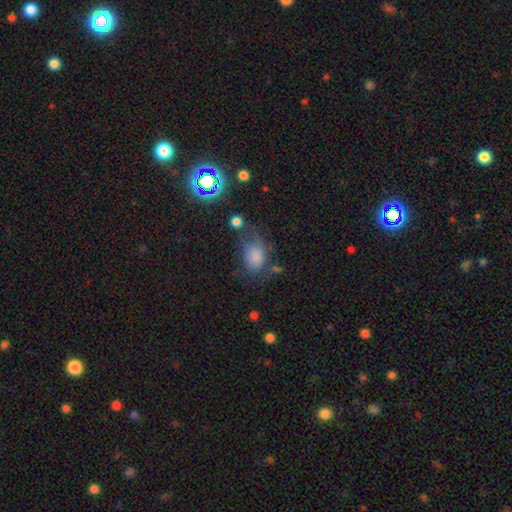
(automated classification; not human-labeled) Smooth or featured? smooth (66%)
How rounded? in between (71%)
Merging? none (45%)